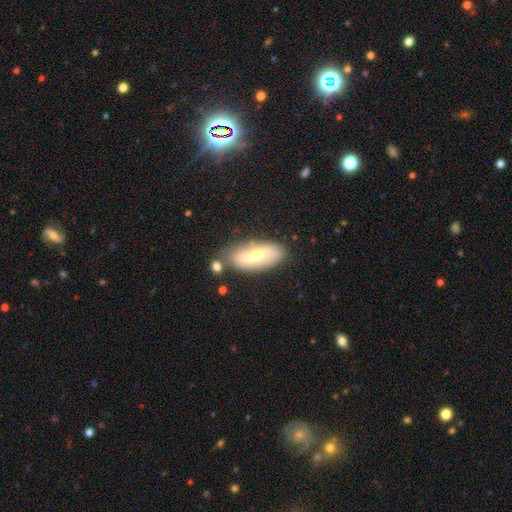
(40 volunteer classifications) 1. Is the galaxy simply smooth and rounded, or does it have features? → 55% featured or disk, 35% smooth, 10% star or artifact.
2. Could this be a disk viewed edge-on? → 73% no, 27% yes.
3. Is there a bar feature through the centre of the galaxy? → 62% weak, 19% strong, 19% no.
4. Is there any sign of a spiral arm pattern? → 69% no, 31% yes.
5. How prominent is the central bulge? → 62% moderate, 38% small, 0% dominant, 0% large, 0% none.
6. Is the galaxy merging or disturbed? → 86% none, 8% major disturbance, 6% minor disturbance, 0% merger.